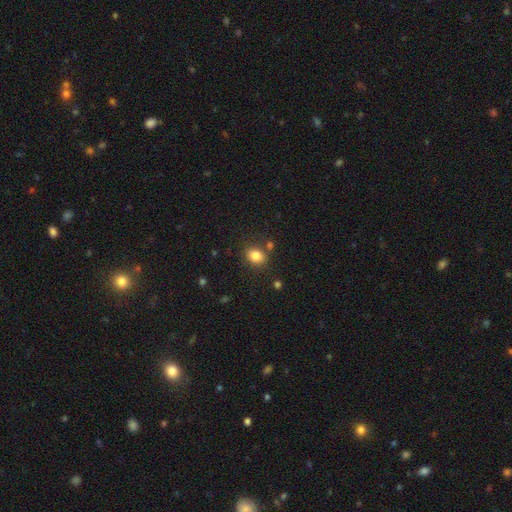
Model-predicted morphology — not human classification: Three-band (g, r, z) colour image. It shows a smooth galaxy with no disk features (83%) that is in between round and cigar-shaped (58%). Merging: none (77%).